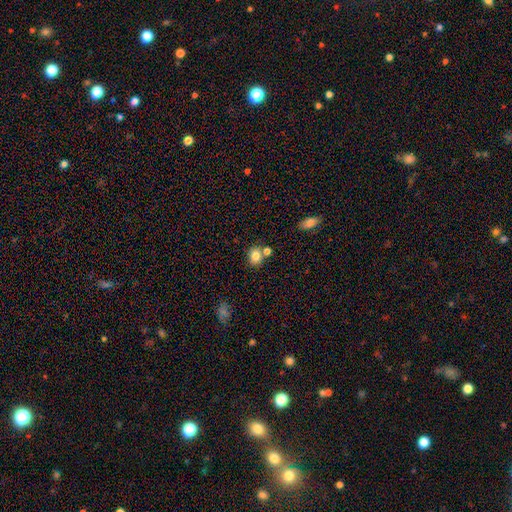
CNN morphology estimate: Smooth or featured? Predicted: smooth (p=0.81). How rounded? Predicted: round (p=0.60). Merging? Predicted: none (p=0.64).